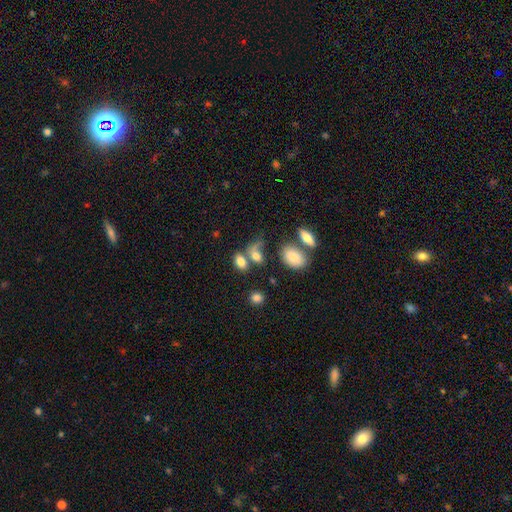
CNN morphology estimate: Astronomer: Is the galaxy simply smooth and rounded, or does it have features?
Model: smooth — 76%.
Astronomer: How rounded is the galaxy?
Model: in between — 80%.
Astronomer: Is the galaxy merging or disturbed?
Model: none — 38% (runner-up: merger, 35%).